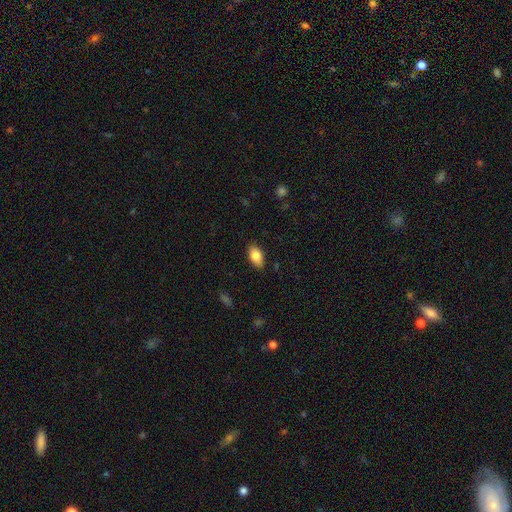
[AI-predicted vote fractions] This is clearly a smooth galaxy (83%). How rounded: clearly in between (92%). Merging: clearly none (87%).